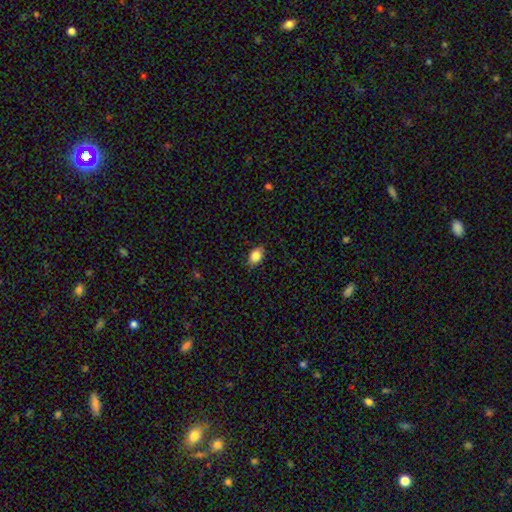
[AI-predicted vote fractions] Smooth or featured: smooth — 85% (star or artifact — 8%)
How rounded: in between — 78% (round — 21%)
Merging: none — 82% (minor disturbance — 14%)